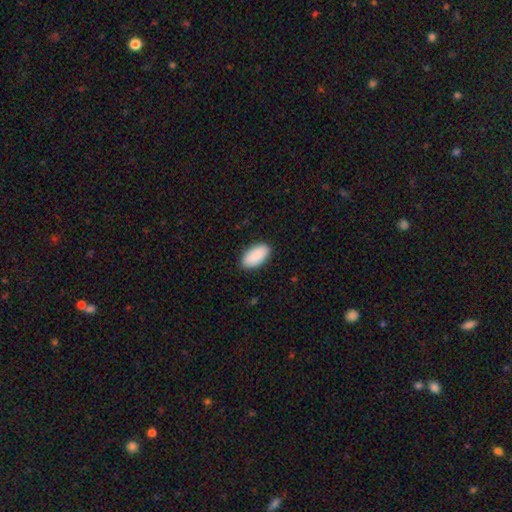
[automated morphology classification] This appears to be a smooth galaxy with no disk features (91%) that is in between round and cigar-shaped (96%). Merging: none (89%).